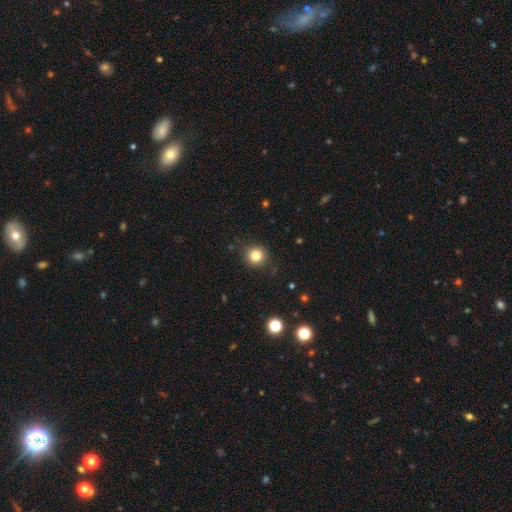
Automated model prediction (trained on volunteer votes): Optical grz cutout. It shows a smooth galaxy with no disk features (81%) that is round (91%). Merging: none (85%).